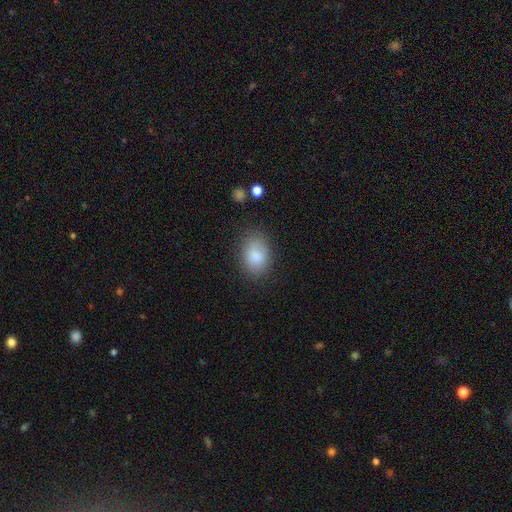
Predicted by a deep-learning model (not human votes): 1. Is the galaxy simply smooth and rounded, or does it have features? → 85% smooth, 8% featured or disk, 8% star or artifact.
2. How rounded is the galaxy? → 77% in between, 22% round, 1% cigar-shaped.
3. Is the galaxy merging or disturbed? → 77% none, 16% minor disturbance, 5% major disturbance, 2% merger.